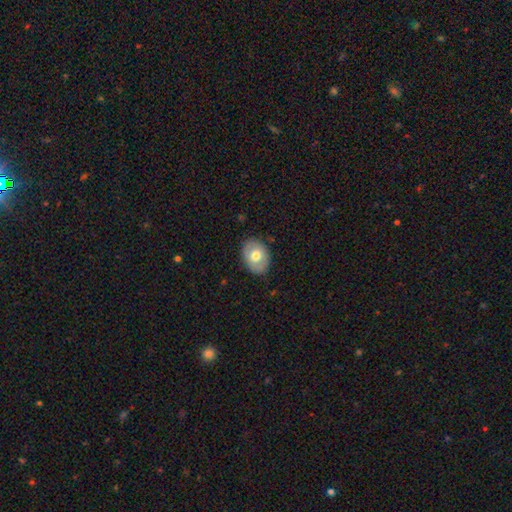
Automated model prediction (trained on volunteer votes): smooth_or_featured: smooth (p=0.69) [alt: featured or disk p=0.25]
how_rounded: in between (p=0.72) [alt: round p=0.27]
merging: none (p=0.86) [alt: minor disturbance p=0.11]